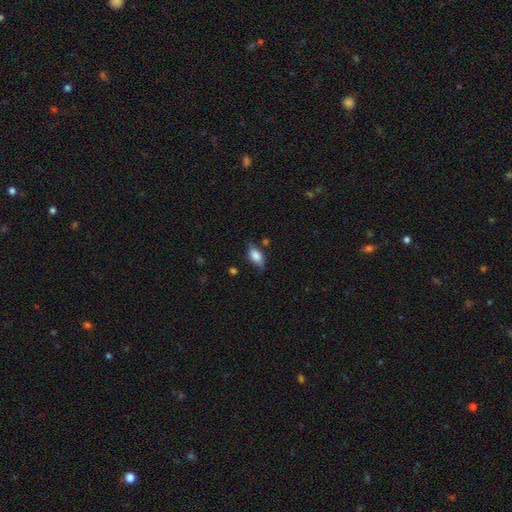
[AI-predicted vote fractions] smooth-or-featured: smooth: 74% | featured or disk: 19% | star or artifact: 8%
  how-rounded: in between: 86% | cigar-shaped: 9% | round: 5%
  merging: none: 66% | minor disturbance: 25% | major disturbance: 6% | merger: 3%